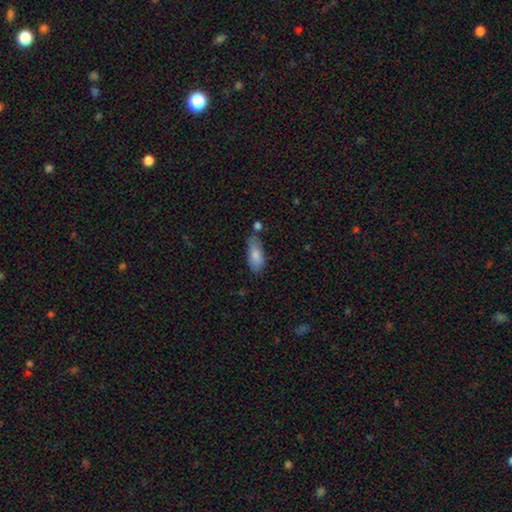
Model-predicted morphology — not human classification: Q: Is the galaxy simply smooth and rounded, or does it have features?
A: smooth — 83%.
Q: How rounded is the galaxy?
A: in between — 79%.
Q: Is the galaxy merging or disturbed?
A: none — 63%.